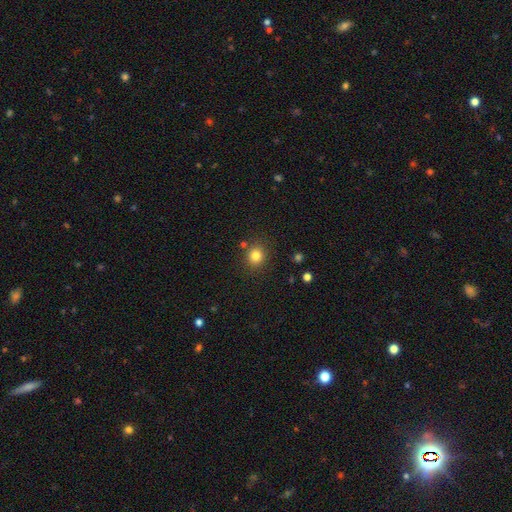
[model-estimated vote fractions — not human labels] Smooth or featured: smooth — 81% (star or artifact — 13%)
How rounded: round — 86% (in between — 13%)
Merging: none — 84% (minor disturbance — 9%)